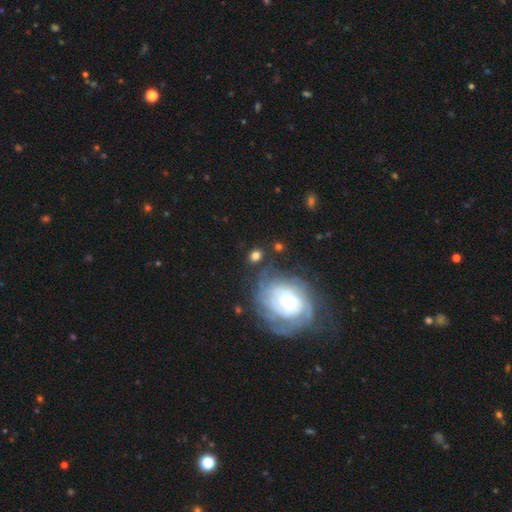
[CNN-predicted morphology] Q: Smooth or featured?
A: smooth (54%); runner-up: featured or disk (34%)
Q: How rounded?
A: round (52%); runner-up: in between (46%)
Q: Merging?
A: none (70%); runner-up: minor disturbance (16%)